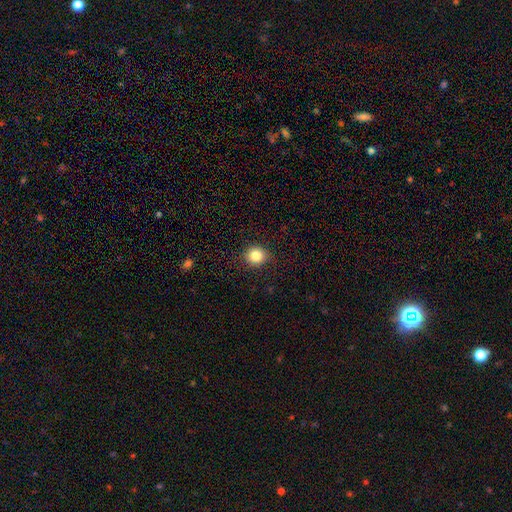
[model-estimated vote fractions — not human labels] Smooth or featured? smooth (85%)
How rounded? round (85%)
Merging? none (89%)